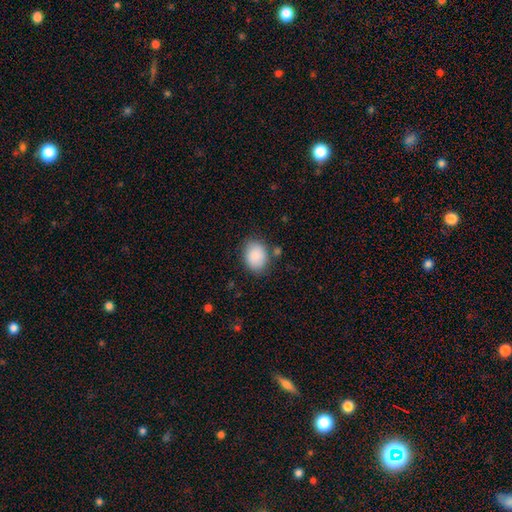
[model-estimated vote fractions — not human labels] smooth-or-featured: smooth: 88% | star or artifact: 7% | featured or disk: 5%
  how-rounded: in between: 60% | round: 39% | cigar-shaped: 1%
  merging: none: 76% | minor disturbance: 15% | merger: 4% | major disturbance: 4%